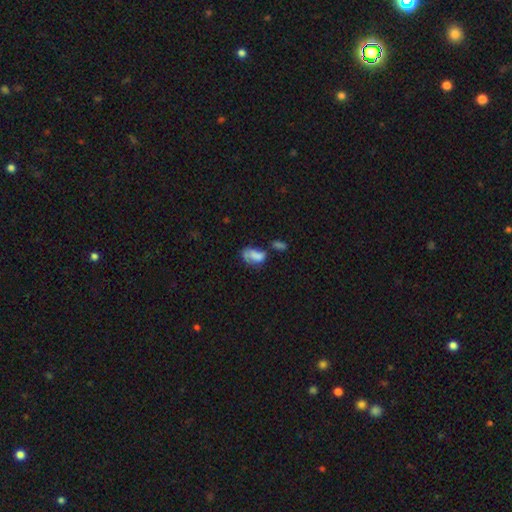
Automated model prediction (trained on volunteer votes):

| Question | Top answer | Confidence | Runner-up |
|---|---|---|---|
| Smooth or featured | smooth | 61% | featured or disk (27%) |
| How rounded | in between | 85% | round (12%) |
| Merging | merger | 34% | major disturbance (24%) |